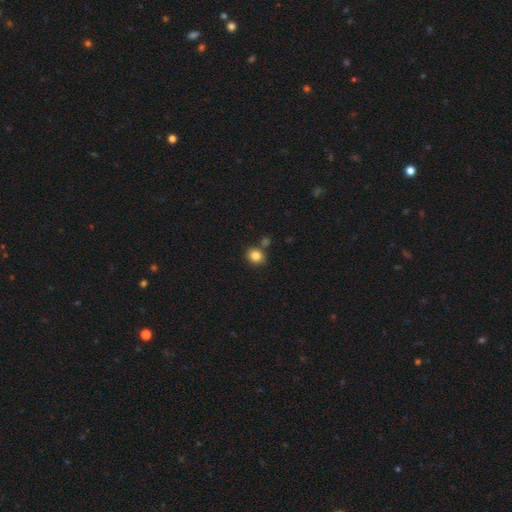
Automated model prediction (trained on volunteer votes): A smooth galaxy with no disk features (84%) that is round (67%).

Vote fractions:
- Smooth or featured? smooth: 84% / star or artifact: 10% / featured or disk: 6%
- How rounded? round: 67% / in between: 32% / cigar-shaped: 1%
- Merging? none: 76% / minor disturbance: 11% / merger: 10% / major disturbance: 3%